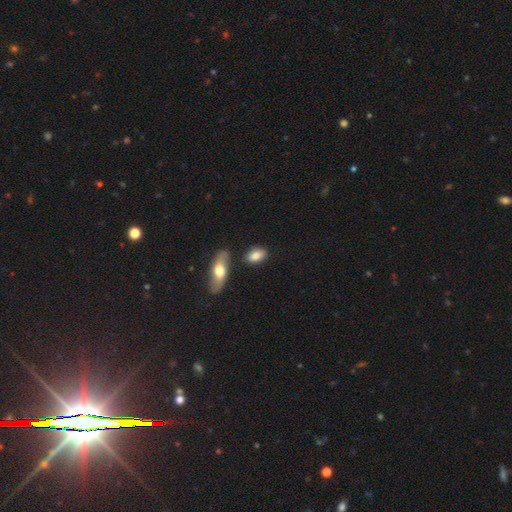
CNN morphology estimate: This appears to be a smooth galaxy with no disk features (81%) that is in between round and cigar-shaped (87%). Merging: none (77%).